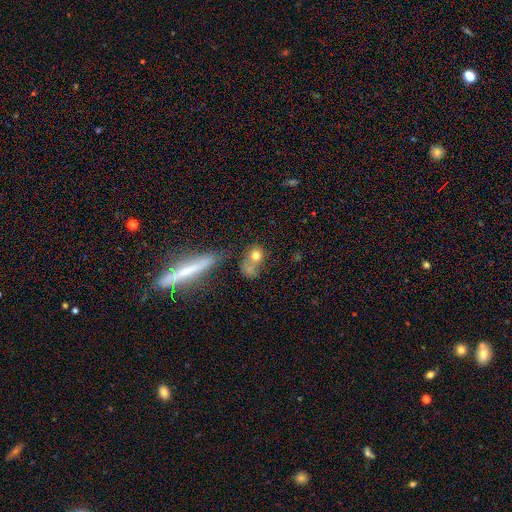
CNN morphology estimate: Smooth or featured?
  - smooth: 70% *
  - featured or disk: 18%
  - star or artifact: 12%
How rounded?
  - round: 55% *
  - in between: 39%
  - cigar-shaped: 6%
Merging?
  - merger: 38% *
  - none: 37%
  - minor disturbance: 13%
  - major disturbance: 12%